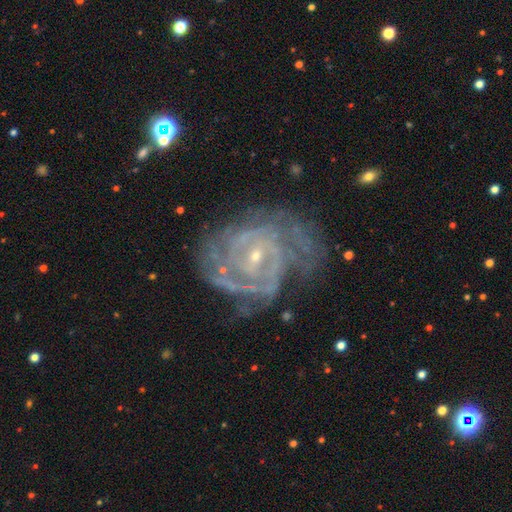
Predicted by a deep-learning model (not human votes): smooth-or-featured: featured or disk: 89% | star or artifact: 6% | smooth: 5%
  disk-edge-on: no: 98% | yes: 2%
    bar: no: 45% | weak: 41% | strong: 13%
    has-spiral-arms: yes: 95% | no: 5%
      spiral-winding: tight: 67% | medium: 28% | loose: 5%
      spiral-arm-count: can't tell: 29% | 2: 27% | 3: 19% | 4: 11% | more than 4: 7% | 1: 6%
    bulge-size: small: 78% | moderate: 18% | none: 2% | large: 1% | dominant: 1%
  merging: none: 56% | minor disturbance: 24% | major disturbance: 17% | merger: 2%